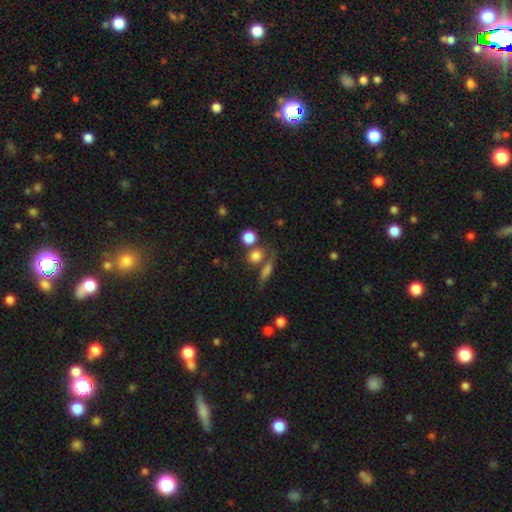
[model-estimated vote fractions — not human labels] A smooth galaxy with no disk features (80%) that is round (76%). Merging: none (61%).